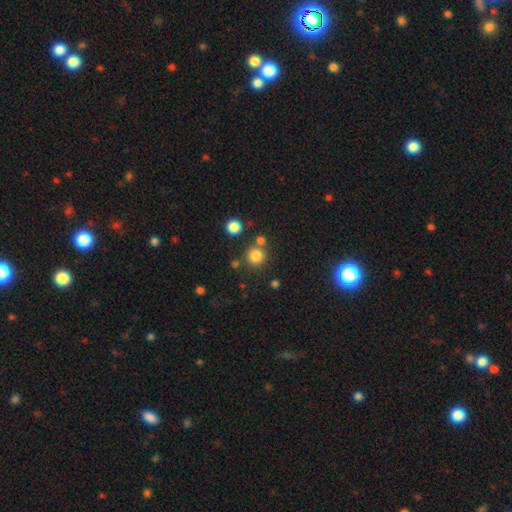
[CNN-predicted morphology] smooth 81%, star or artifact 14%, featured or disk 5%. Down the decision tree: how rounded — round (92%); merging — none (76%).